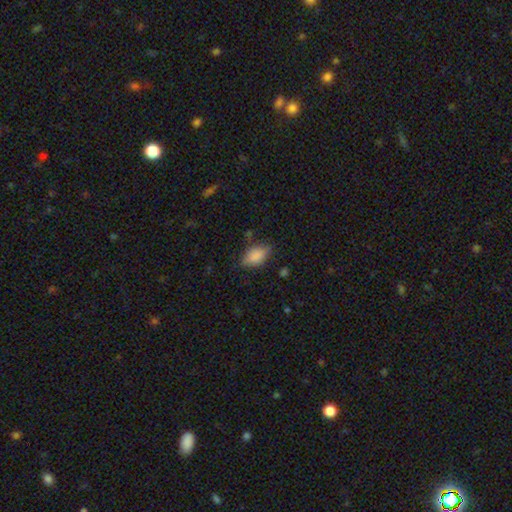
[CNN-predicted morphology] Overall: smooth (84%). How rounded: in between (89%). Merging: none (68%).